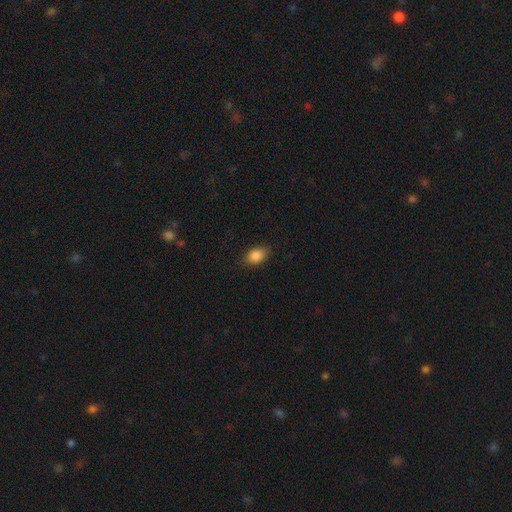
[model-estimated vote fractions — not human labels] smooth 86%, star or artifact 9%, featured or disk 6%. Down the decision tree: how rounded — in between (80%); merging — none (82%).